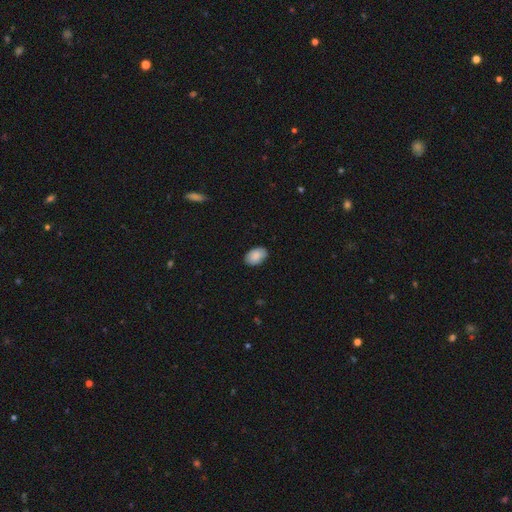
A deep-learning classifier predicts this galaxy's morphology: Q: Smooth or featured?
A: smooth (88%); runner-up: star or artifact (6%)
Q: How rounded?
A: in between (90%); runner-up: round (9%)
Q: Merging?
A: none (87%); runner-up: minor disturbance (10%)